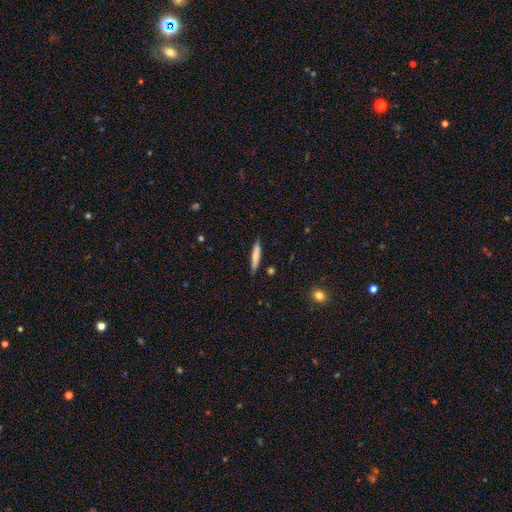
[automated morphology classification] The model was most divided on "smooth or featured": smooth: 71%, featured or disk: 22%, star or artifact: 6%. More confident: how rounded — cigar-shaped (91%); merging — none (86%).